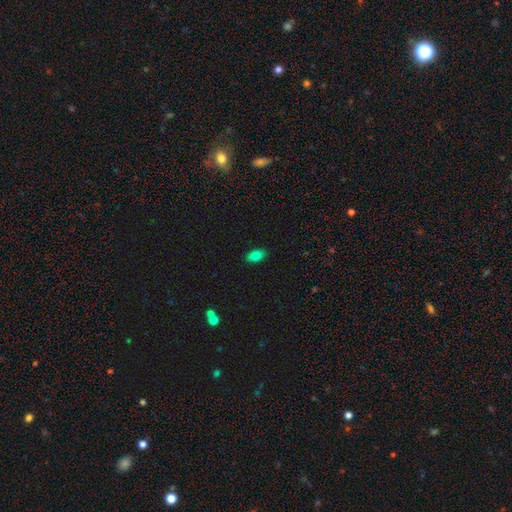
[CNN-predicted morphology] The model was most divided on "smooth or featured": smooth: 81%, star or artifact: 9%, featured or disk: 9%. More confident: how rounded — in between (90%); merging — none (88%).